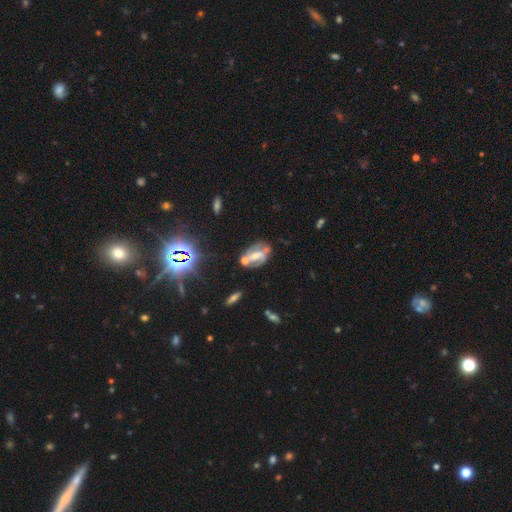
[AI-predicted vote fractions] Smooth or featured?
  - featured or disk: 68% *
  - smooth: 19%
  - star or artifact: 13%
Edge-on disk?
  - no: 95% *
  - yes: 5%
Bar?
  - weak: 41% *
  - no: 32%
  - strong: 27%
Spiral arms?
  - yes: 76% *
  - no: 24%
Bulge size?
  - moderate: 46% *
  - small: 39%
  - none: 9%
  - large: 5%
  - dominant: 1%
Merging?
  - none: 53% *
  - minor disturbance: 20%
  - merger: 16%
  - major disturbance: 11%